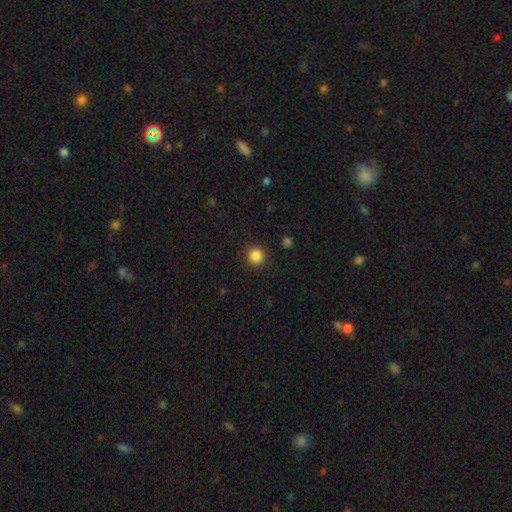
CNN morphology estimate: type=smooth (86%); roundness=round (94%); merging=none (92%).